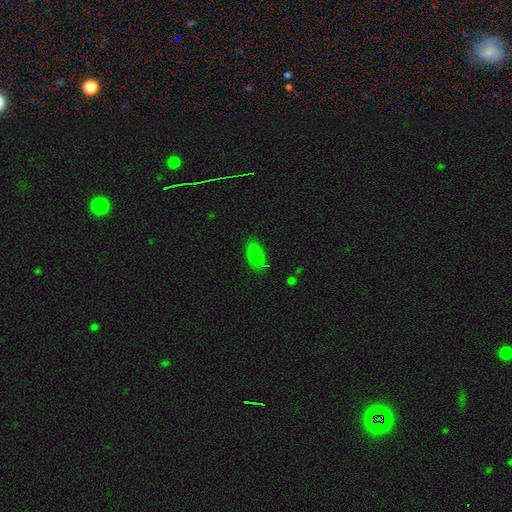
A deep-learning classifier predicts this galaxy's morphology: This appears to be a smooth galaxy with no disk features (73%) that is in between round and cigar-shaped (90%). Merging: none (74%).